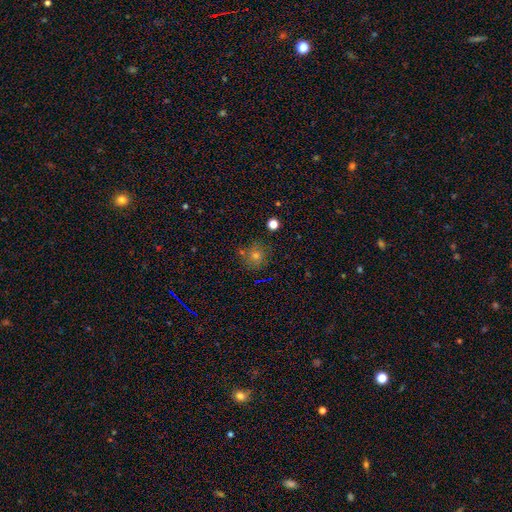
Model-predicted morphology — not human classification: Smooth or featured? smooth (52%)
How rounded? round (90%)
Merging? none (77%)